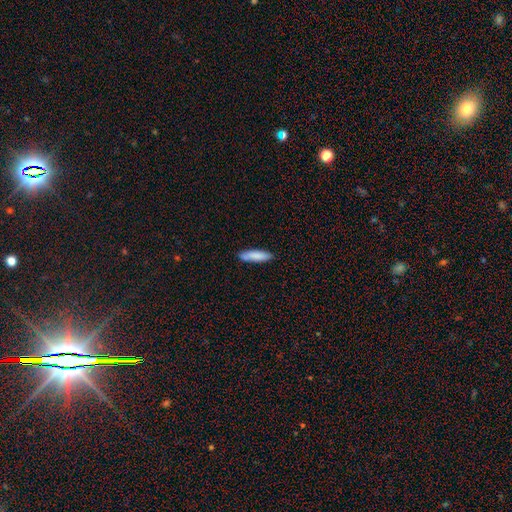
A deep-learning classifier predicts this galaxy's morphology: Smooth or featured?
  - smooth: 84% *
  - featured or disk: 10%
  - star or artifact: 6%
How rounded?
  - cigar-shaped: 73% *
  - in between: 26%
  - round: 1%
Merging?
  - none: 83% *
  - minor disturbance: 13%
  - merger: 2%
  - major disturbance: 2%